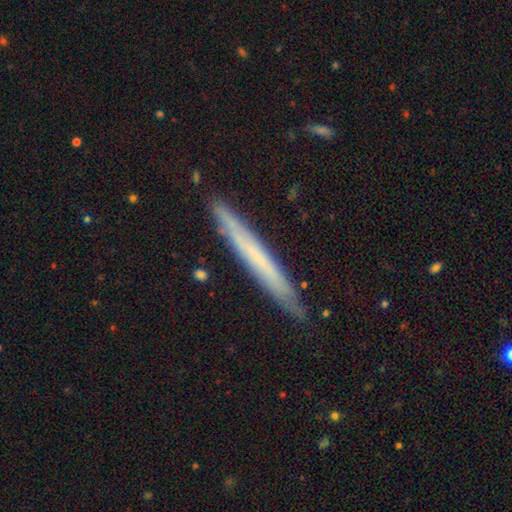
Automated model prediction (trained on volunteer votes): A featured or disk galaxy (47%). Merging: none (88%).